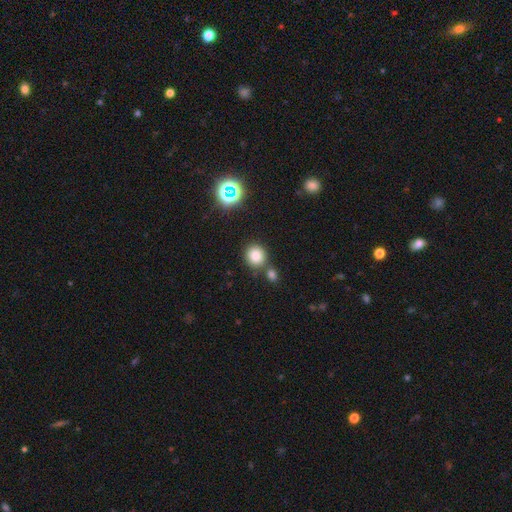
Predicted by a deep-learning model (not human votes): Smooth or featured?
  - smooth: 81% *
  - star or artifact: 13%
  - featured or disk: 6%
How rounded?
  - round: 85% *
  - in between: 14%
  - cigar-shaped: 1%
Merging?
  - none: 70% *
  - merger: 18%
  - minor disturbance: 9%
  - major disturbance: 3%